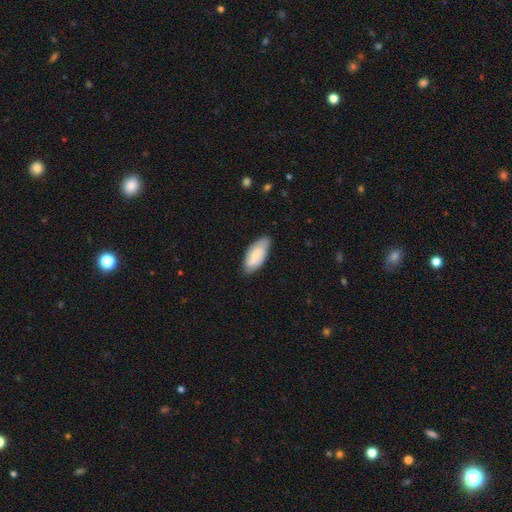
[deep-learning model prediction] A smooth galaxy with no disk features (61%) that is in between round and cigar-shaped (87%).

Vote fractions:
- Smooth or featured? smooth: 61% / featured or disk: 33% / star or artifact: 6%
- How rounded? in between: 87% / cigar-shaped: 12% / round: 2%
- Merging? none: 76% / minor disturbance: 19% / major disturbance: 3% / merger: 1%